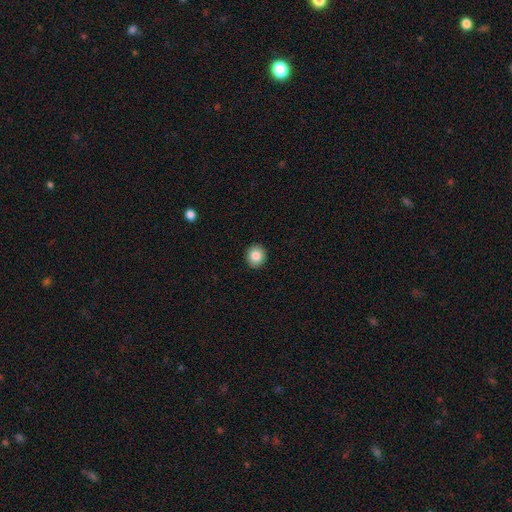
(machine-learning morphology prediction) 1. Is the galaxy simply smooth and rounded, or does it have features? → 84% smooth, 9% star or artifact, 7% featured or disk.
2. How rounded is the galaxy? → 82% round, 17% in between, 1% cigar-shaped.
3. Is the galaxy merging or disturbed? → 92% none, 5% minor disturbance, 2% major disturbance, 1% merger.